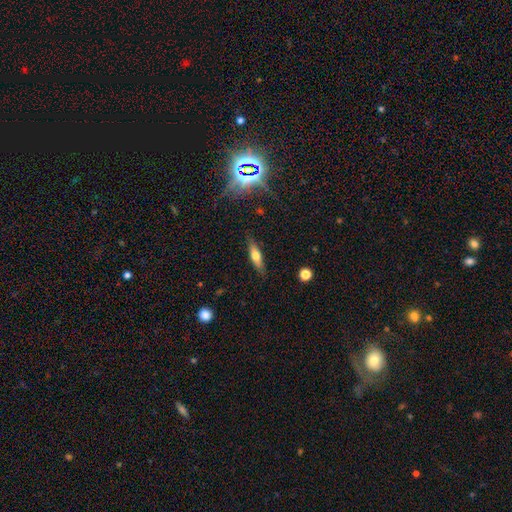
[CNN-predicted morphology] smooth-or-featured: smooth: 53% | featured or disk: 39% | star or artifact: 8%
  how-rounded: cigar-shaped: 65% | in between: 33% | round: 3%
  merging: none: 84% | minor disturbance: 12% | major disturbance: 3% | merger: 1%